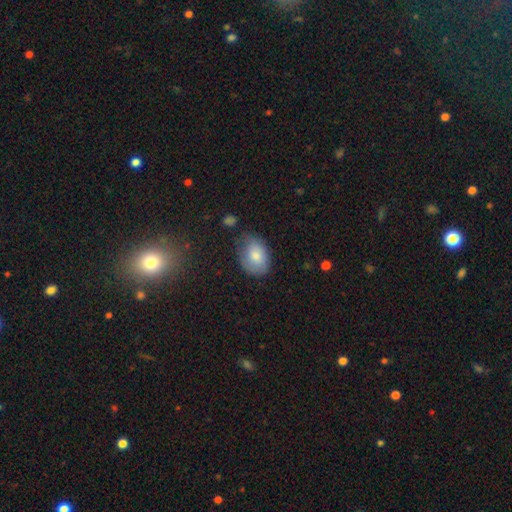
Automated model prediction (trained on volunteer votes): This appears to be a smooth galaxy with no disk features (78%) that is in between round and cigar-shaped (80%). Merging: none (59%).